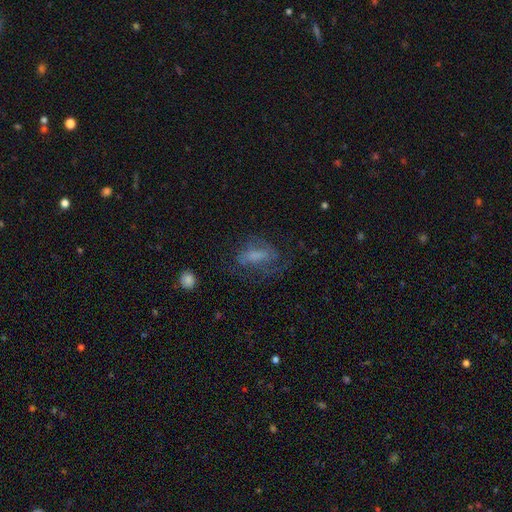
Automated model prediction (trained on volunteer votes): The model was most divided on "smooth or featured": featured or disk: 46%, smooth: 41%, star or artifact: 13%. Remaining: merging — none (48%).